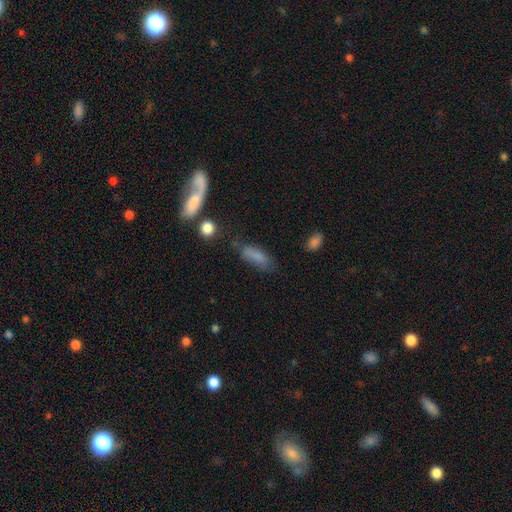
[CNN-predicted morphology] Smooth or featured? smooth (77%)
How rounded? in between (65%)
Merging? none (56%)